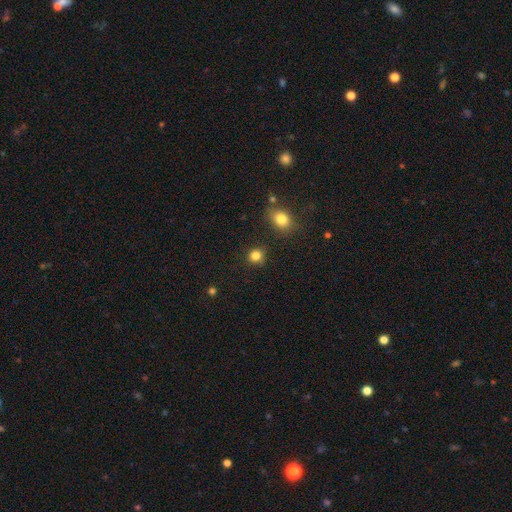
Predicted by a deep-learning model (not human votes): This is clearly a smooth galaxy (83%). How rounded: clearly round (86%). Merging: clearly none (86%).